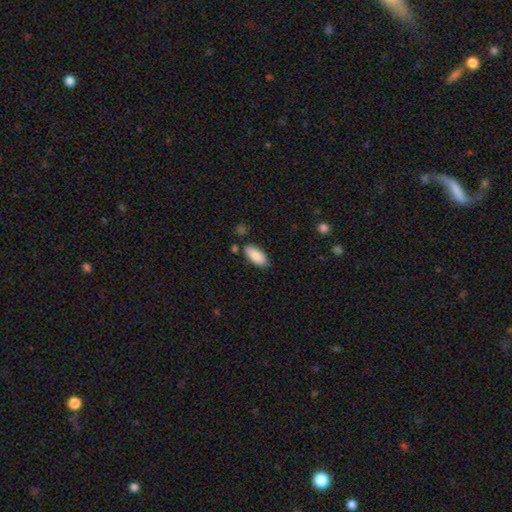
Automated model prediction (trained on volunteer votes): Smooth or featured? Predicted: smooth (p=0.88). How rounded? Predicted: in between (p=0.88). Merging? Predicted: none (p=0.81).